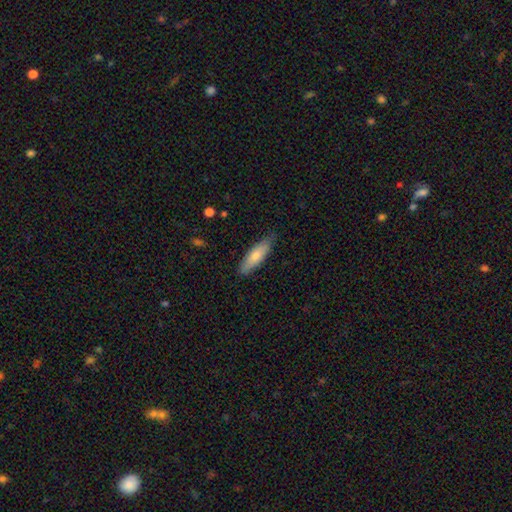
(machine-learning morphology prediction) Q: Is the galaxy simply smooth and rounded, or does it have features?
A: smooth — 74%.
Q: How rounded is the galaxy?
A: cigar-shaped — 54%.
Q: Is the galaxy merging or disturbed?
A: none — 82%.